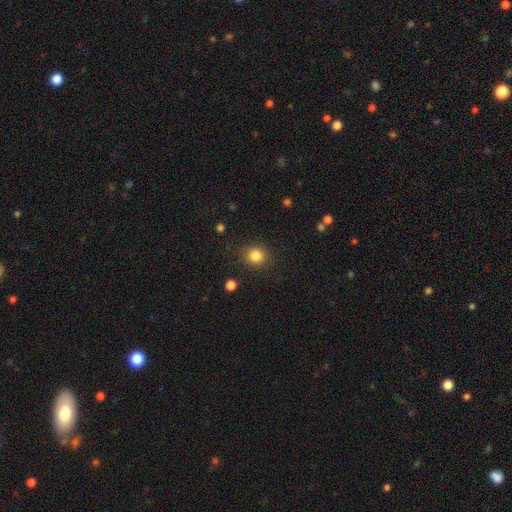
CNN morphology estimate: The model was most divided on "smooth or featured": smooth: 83%, star or artifact: 12%, featured or disk: 5%. More confident: merging — none (89%); how rounded — round (87%).